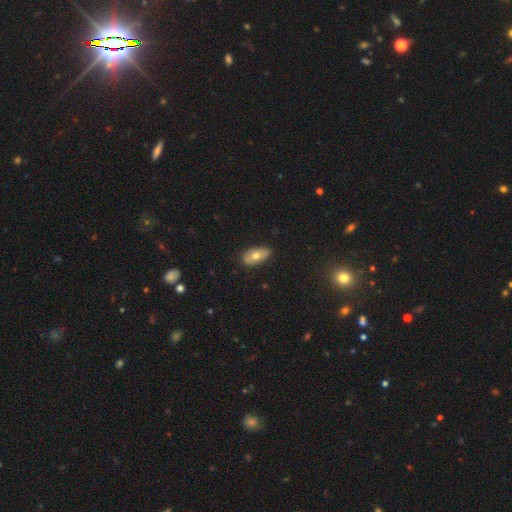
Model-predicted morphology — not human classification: Smooth or featured: smooth — 64% (featured or disk — 28%)
How rounded: in between — 89% (cigar-shaped — 6%)
Merging: none — 84% (minor disturbance — 13%)